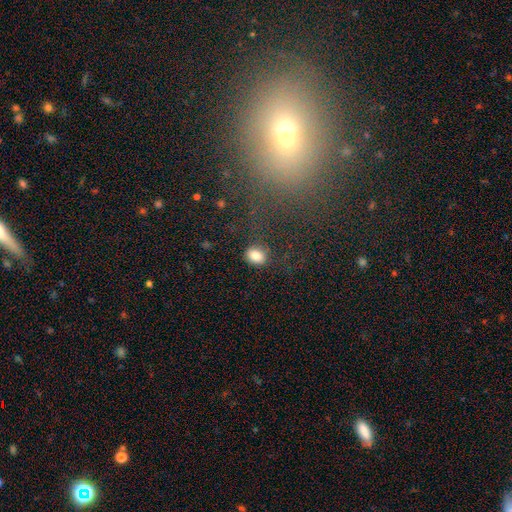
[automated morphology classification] A smooth galaxy with no disk features (84%) that is in between round and cigar-shaped (59%). Merging: none (75%).